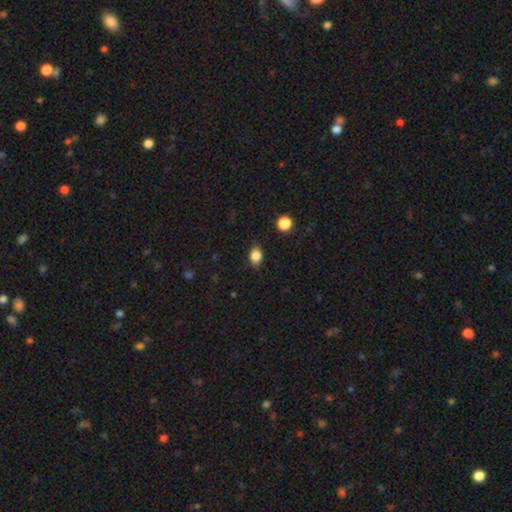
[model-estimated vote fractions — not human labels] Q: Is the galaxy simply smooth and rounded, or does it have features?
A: smooth — 83%.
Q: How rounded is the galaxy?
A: in between — 67%.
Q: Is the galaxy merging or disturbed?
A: none — 81%.